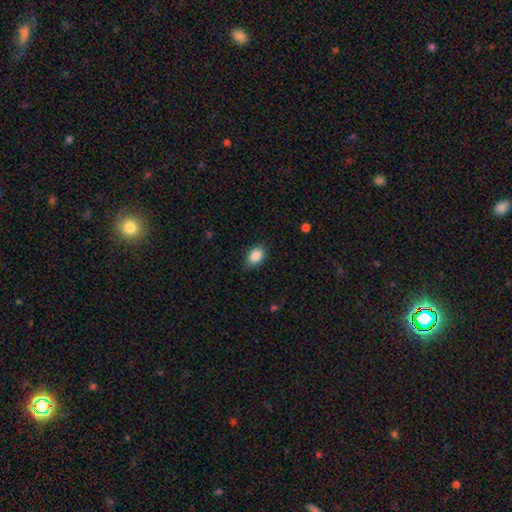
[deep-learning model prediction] A smooth galaxy with no disk features (87%) that is in between round and cigar-shaped (86%).

Vote fractions:
- Smooth or featured? smooth: 87% / star or artifact: 8% / featured or disk: 5%
- How rounded? in between: 86% / round: 12% / cigar-shaped: 2%
- Merging? none: 80% / minor disturbance: 16% / major disturbance: 3% / merger: 1%